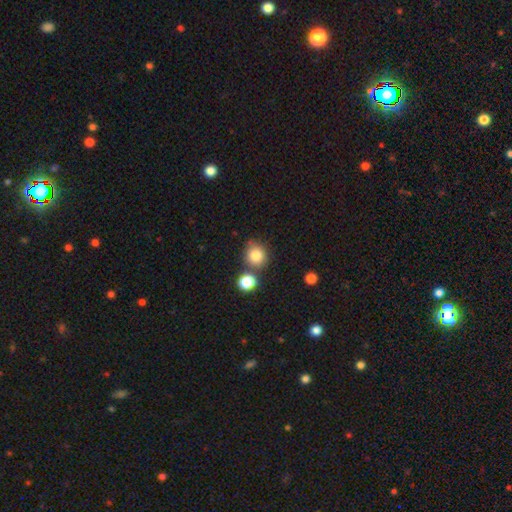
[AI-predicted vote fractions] smooth_or_featured: smooth (p=0.82) [alt: star or artifact p=0.11]
how_rounded: round (p=0.86) [alt: in between p=0.13]
merging: none (p=0.69) [alt: merger p=0.17]